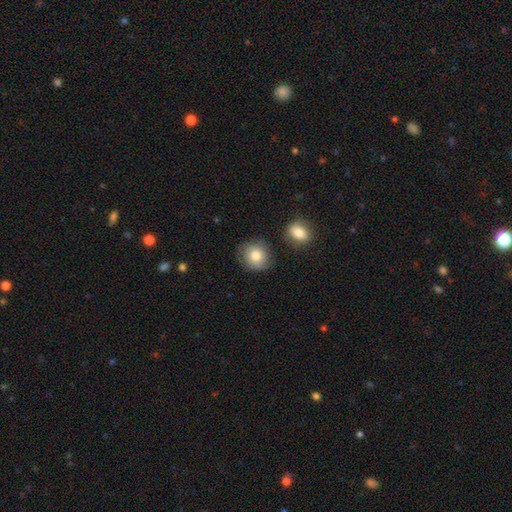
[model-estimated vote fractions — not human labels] Smooth or featured? Predicted: smooth (p=0.79). How rounded? Predicted: round (p=0.83). Merging? Predicted: none (p=0.74).